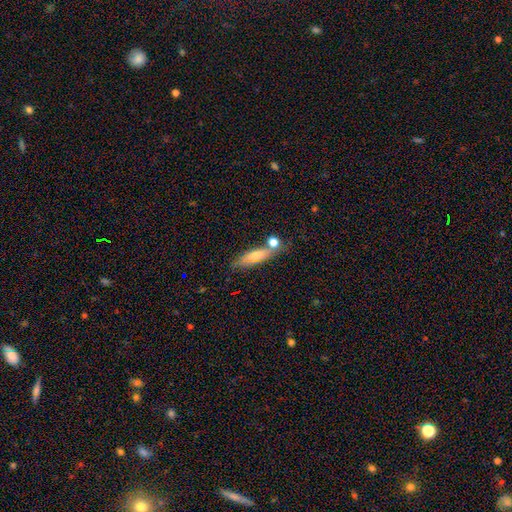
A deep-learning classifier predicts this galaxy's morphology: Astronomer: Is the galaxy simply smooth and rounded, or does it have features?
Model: smooth — 58%.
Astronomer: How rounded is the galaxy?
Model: cigar-shaped — 62%.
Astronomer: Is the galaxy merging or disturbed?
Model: none — 64%.